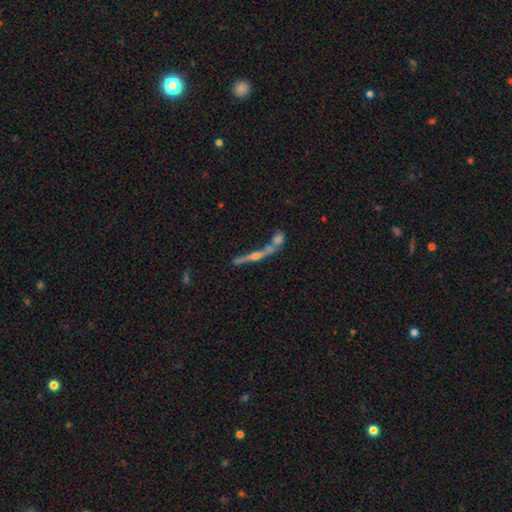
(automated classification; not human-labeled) This appears to be a featured or disk galaxy (74%) viewed edge-on (92%) with a rounded central bulge (86%). Merging: none (50%).